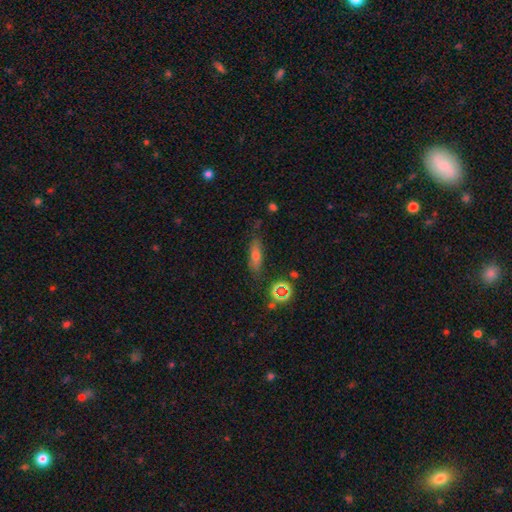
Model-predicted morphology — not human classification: smooth 60%, featured or disk 24%, star or artifact 16%. Down the decision tree: how rounded — cigar-shaped (49%); merging — none (76%).